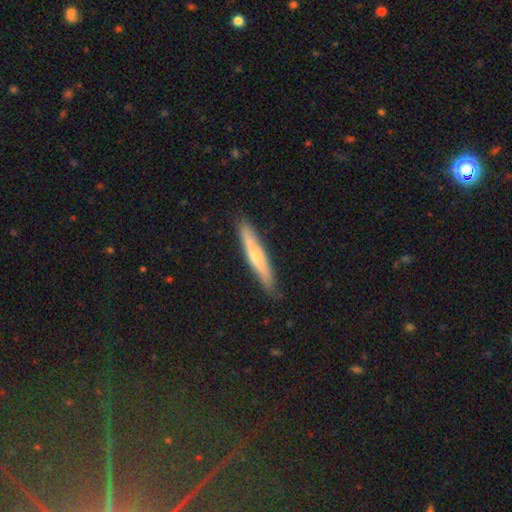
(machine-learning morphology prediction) Overall: featured or disk (58%; smooth 33%). Edge-on disk: yes (94%). Edge-on bulge: rounded (78%). Merging: none (89%).